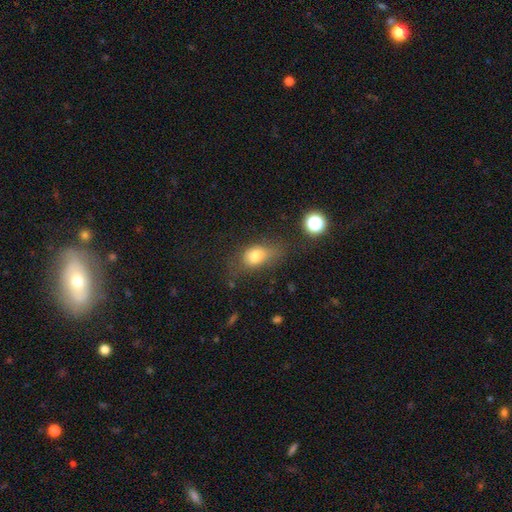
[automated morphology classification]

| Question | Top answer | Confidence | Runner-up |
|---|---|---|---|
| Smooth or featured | smooth | 76% | featured or disk (12%) |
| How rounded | in between | 75% | round (23%) |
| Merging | none | 48% | minor disturbance (29%) |